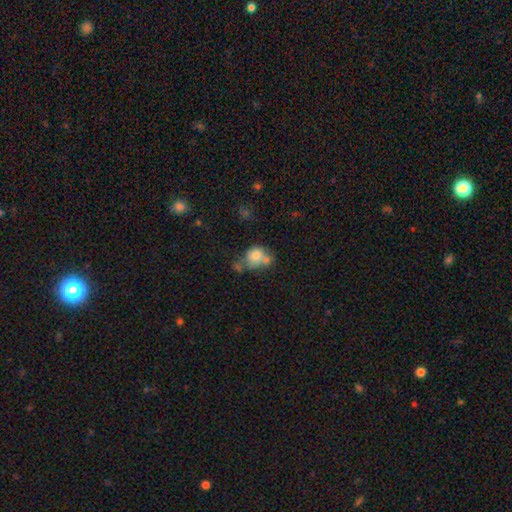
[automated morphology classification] Overall: smooth (72%). How rounded: round (52%; in between 47%). Merging: merger (43%; none 27%).